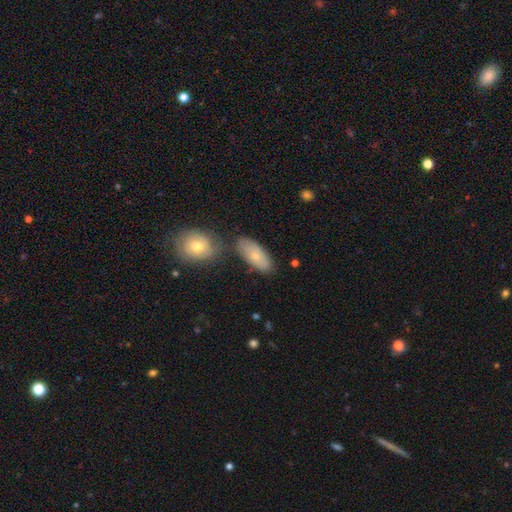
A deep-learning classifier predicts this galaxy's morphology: Smooth or featured?
  - smooth: 69% *
  - featured or disk: 24%
  - star or artifact: 7%
How rounded?
  - in between: 87% *
  - cigar-shaped: 9%
  - round: 4%
Merging?
  - none: 64% *
  - minor disturbance: 16%
  - merger: 14%
  - major disturbance: 5%